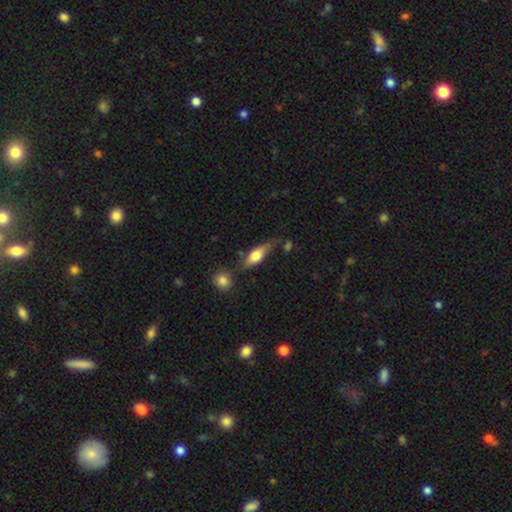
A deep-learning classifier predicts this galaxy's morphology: The model was most divided on "merging": none: 49%, minor disturbance: 27%, major disturbance: 12%, merger: 12%. More confident: how rounded — in between (72%); smooth or featured — smooth (65%).